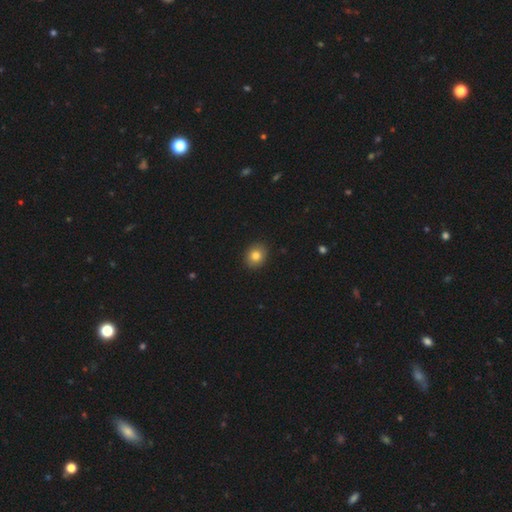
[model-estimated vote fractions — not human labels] Q: Smooth or featured?
A: smooth (82%); runner-up: star or artifact (10%)
Q: How rounded?
A: round (67%); runner-up: in between (32%)
Q: Merging?
A: none (91%); runner-up: minor disturbance (6%)